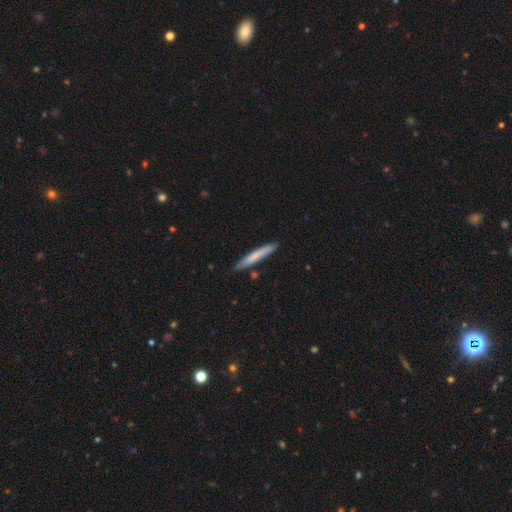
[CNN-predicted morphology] Smooth or featured? Predicted: smooth (p=0.70). How rounded? Predicted: cigar-shaped (p=0.95). Merging? Predicted: none (p=0.85).